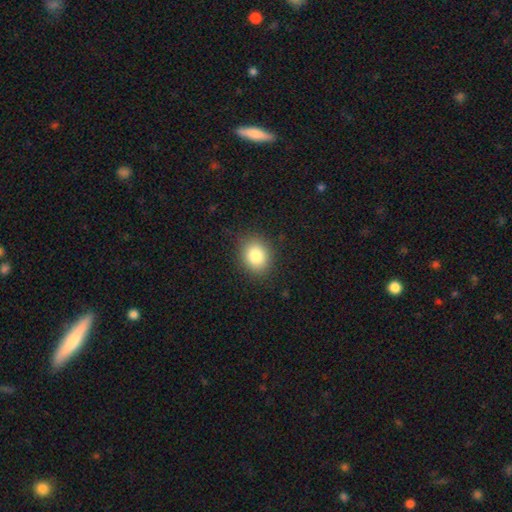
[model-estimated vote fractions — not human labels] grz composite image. It shows a smooth galaxy with no disk features (83%) that is round (57%). Merging: none (87%).